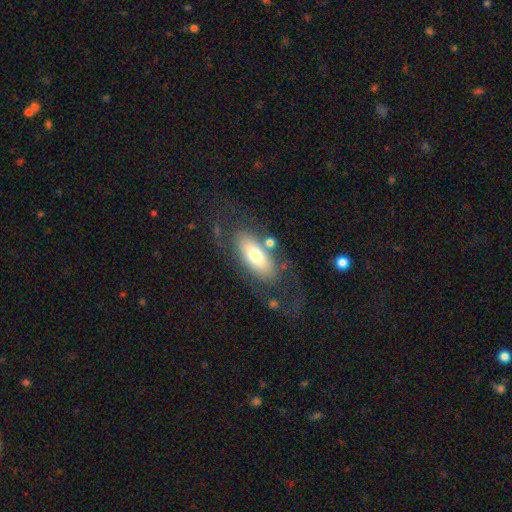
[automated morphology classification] Smooth or featured: smooth — 51% (featured or disk — 43%)
How rounded: in between — 84% (cigar-shaped — 13%)
Merging: none — 62% (major disturbance — 17%)